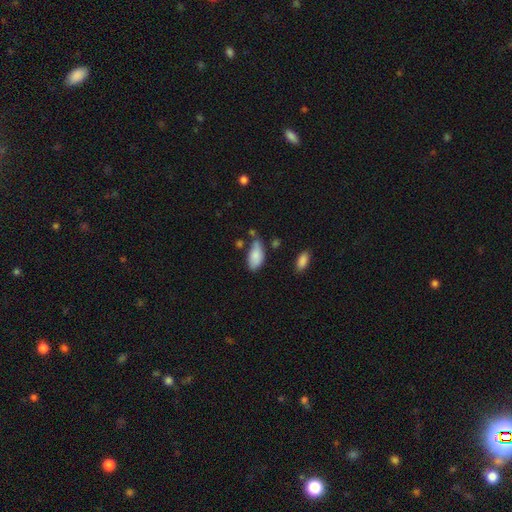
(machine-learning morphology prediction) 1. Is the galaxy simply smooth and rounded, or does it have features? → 83% smooth, 10% featured or disk, 7% star or artifact.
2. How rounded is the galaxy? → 93% in between, 5% cigar-shaped, 2% round.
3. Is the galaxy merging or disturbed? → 45% none, 35% minor disturbance, 10% major disturbance, 9% merger.